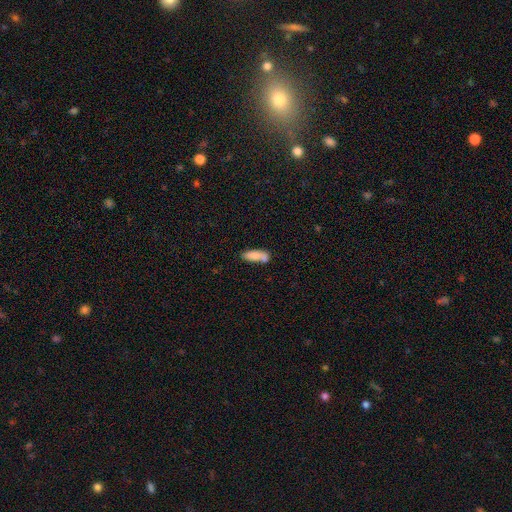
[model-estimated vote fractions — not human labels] Smooth or featured?
  - smooth: 78% *
  - featured or disk: 15%
  - star or artifact: 7%
How rounded?
  - in between: 66% *
  - cigar-shaped: 32%
  - round: 2%
Merging?
  - none: 46% *
  - merger: 30%
  - minor disturbance: 18%
  - major disturbance: 6%